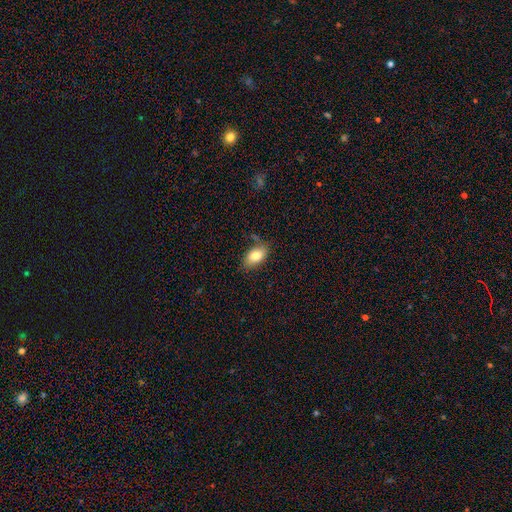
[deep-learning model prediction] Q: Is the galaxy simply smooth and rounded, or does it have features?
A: smooth — 80%.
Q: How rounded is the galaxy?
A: in between — 91%.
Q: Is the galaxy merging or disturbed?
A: none — 71%.